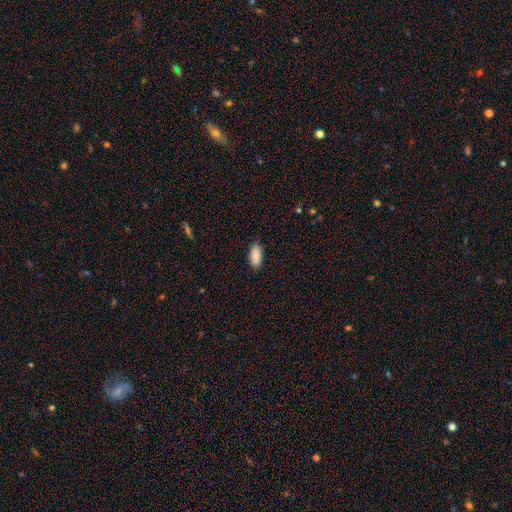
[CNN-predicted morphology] Smooth or featured?
  - smooth: 90% *
  - star or artifact: 6%
  - featured or disk: 3%
How rounded?
  - in between: 90% *
  - cigar-shaped: 8%
  - round: 2%
Merging?
  - none: 87% *
  - minor disturbance: 10%
  - major disturbance: 2%
  - merger: 1%